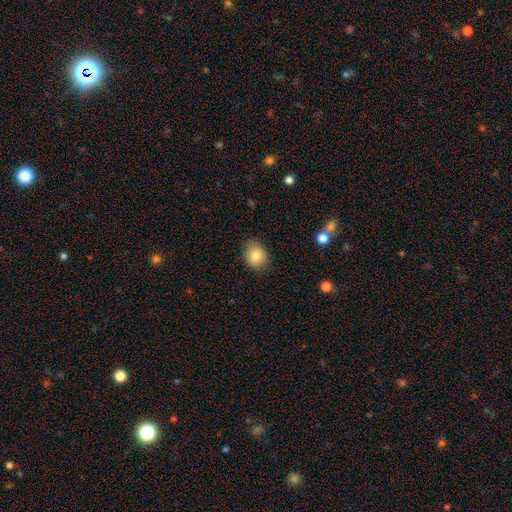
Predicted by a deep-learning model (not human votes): smooth 83%, star or artifact 9%, featured or disk 8%. Down the decision tree: how rounded — round (61%); merging — none (84%).